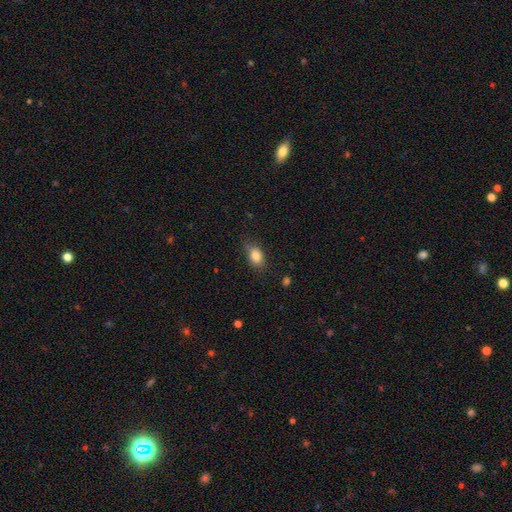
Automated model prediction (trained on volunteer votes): Smooth or featured? Predicted: smooth (p=0.84). How rounded? Predicted: in between (p=0.79). Merging? Predicted: none (p=0.74).